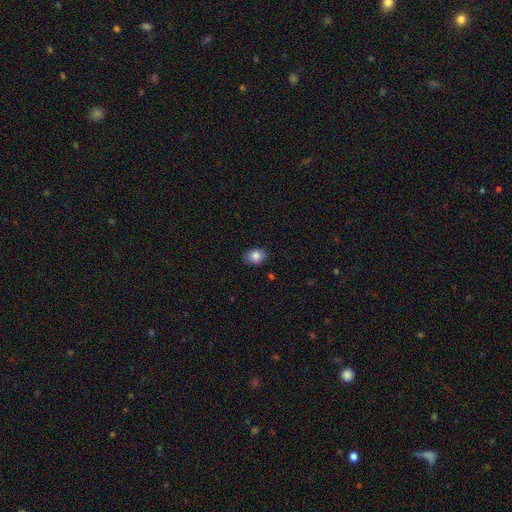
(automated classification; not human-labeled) Smooth or featured? smooth (84%)
How rounded? in between (64%)
Merging? none (84%)